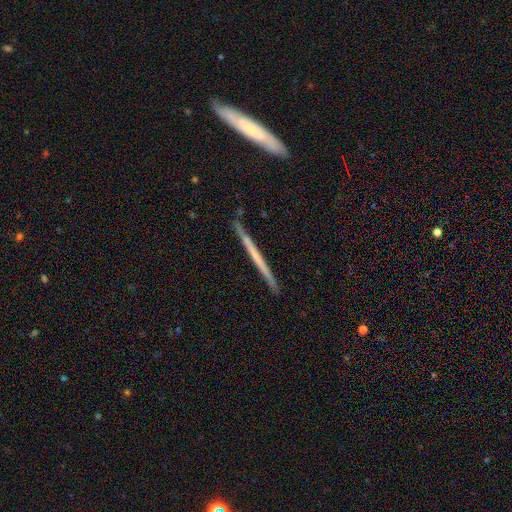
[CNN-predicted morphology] This is possibly a featured or disk galaxy (58%). It is clearly viewed edge-on (97%). Edge-on bulge: clearly none (89%). Merging: clearly none (87%).